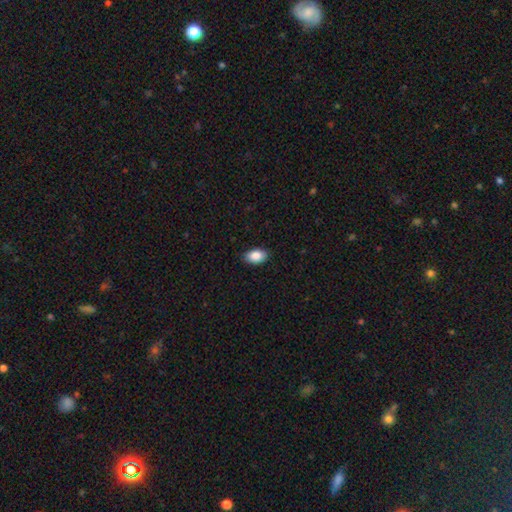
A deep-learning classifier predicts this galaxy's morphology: Overall: smooth (88%). How rounded: in between (92%). Merging: none (88%).